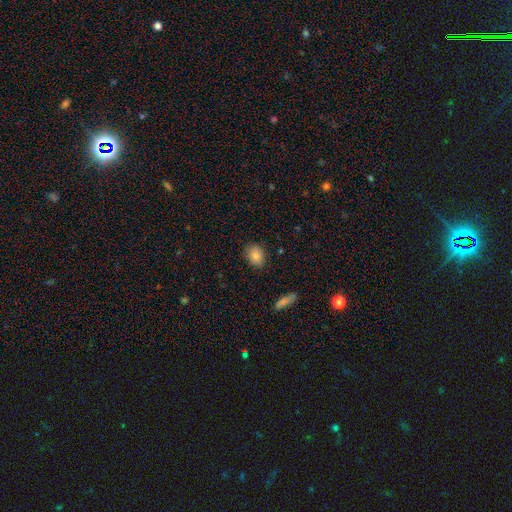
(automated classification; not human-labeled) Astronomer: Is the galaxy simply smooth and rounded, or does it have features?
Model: smooth — 82%.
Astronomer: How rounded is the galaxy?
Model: in between — 63%.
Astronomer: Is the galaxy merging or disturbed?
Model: none — 83%.